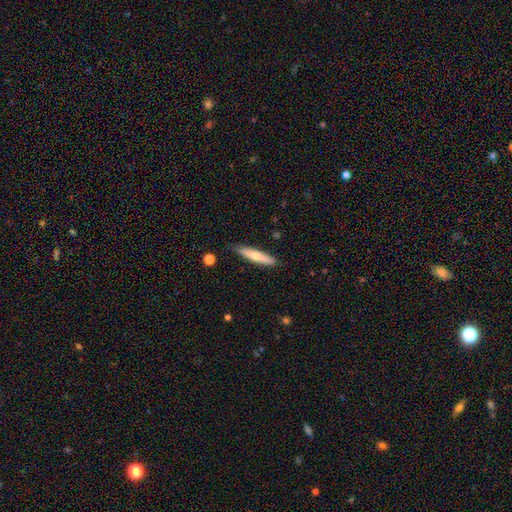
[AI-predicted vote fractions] Q: Smooth or featured?
A: smooth (58%); runner-up: featured or disk (36%)
Q: How rounded?
A: cigar-shaped (86%); runner-up: in between (12%)
Q: Merging?
A: none (86%); runner-up: minor disturbance (11%)